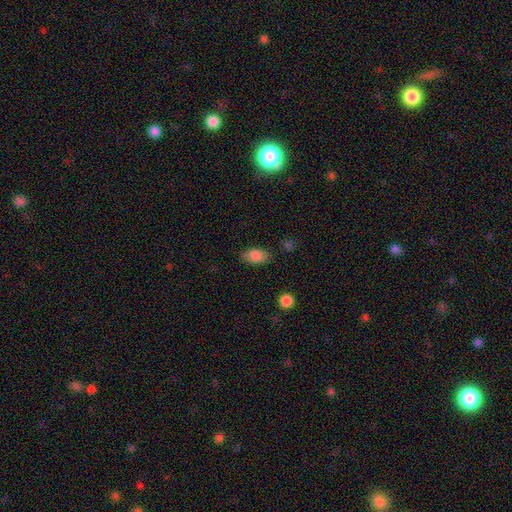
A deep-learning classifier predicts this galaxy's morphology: Q: Smooth or featured?
A: smooth (85%); runner-up: star or artifact (8%)
Q: How rounded?
A: in between (90%); runner-up: round (7%)
Q: Merging?
A: none (80%); runner-up: minor disturbance (14%)